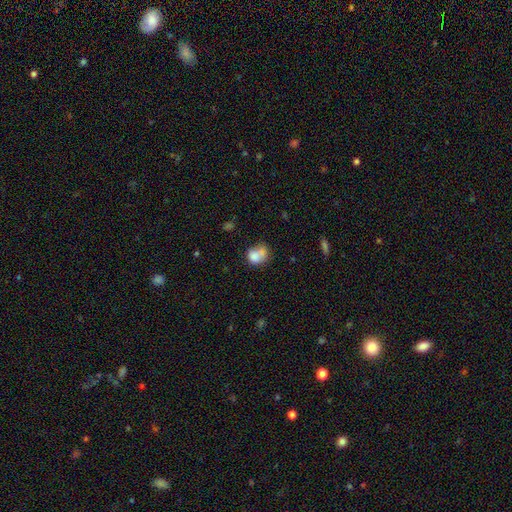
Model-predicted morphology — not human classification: smooth 76%, featured or disk 14%, star or artifact 10%. Down the decision tree: how rounded — in between (53%); merging — merger (41%).